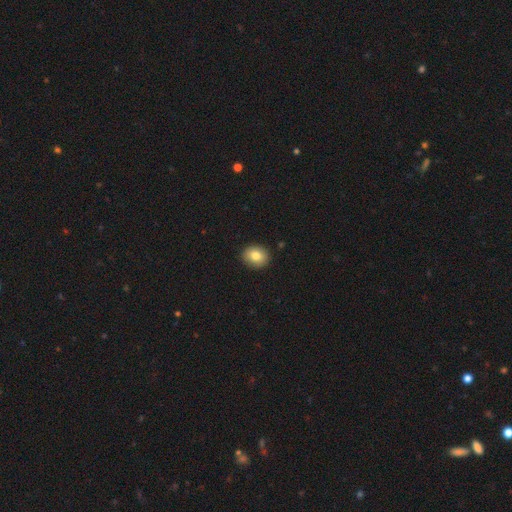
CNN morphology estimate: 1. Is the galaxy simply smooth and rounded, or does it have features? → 82% smooth, 9% star or artifact, 9% featured or disk.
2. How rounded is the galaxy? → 61% round, 38% in between, 1% cigar-shaped.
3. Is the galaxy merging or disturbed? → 90% none, 7% minor disturbance, 2% major disturbance, 1% merger.